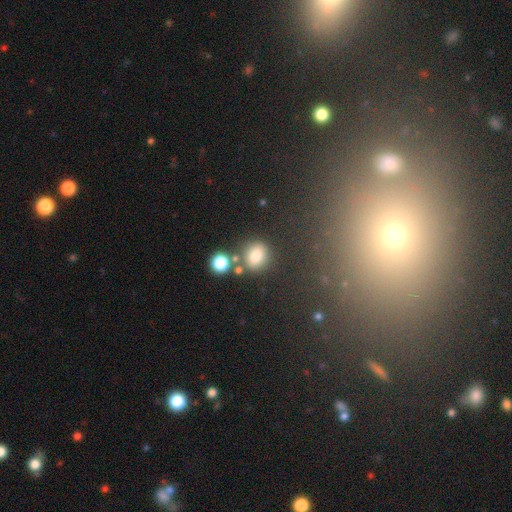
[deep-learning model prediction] This appears to be a smooth galaxy with no disk features (78%) that is round (66%). Merging: none (70%).